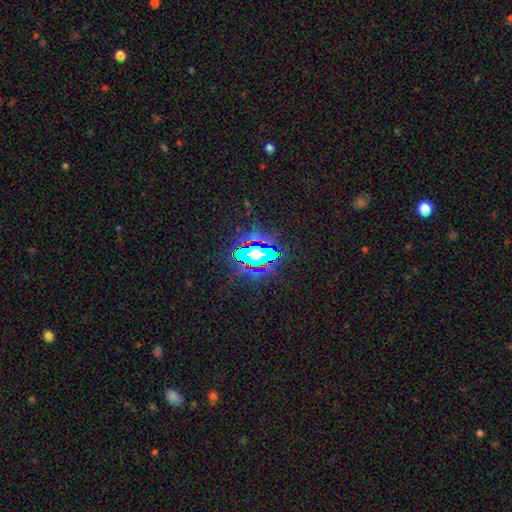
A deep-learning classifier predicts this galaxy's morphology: A star or artifact, not a galaxy (81%).

Vote fractions:
- Smooth or featured? star or artifact: 81% / smooth: 11% / featured or disk: 8%